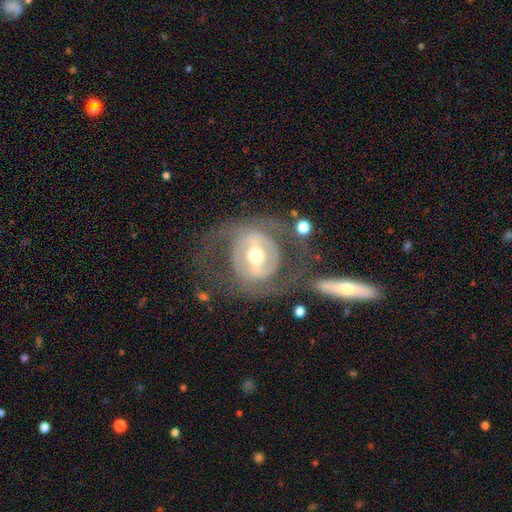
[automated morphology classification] The model was most divided on "bar": strong: 38%, weak: 36%, no: 26%. More confident: edge-on disk — no (95%); smooth or featured — featured or disk (73%); bulge size — moderate (69%); merging — none (60%); spiral arms — yes (52%).